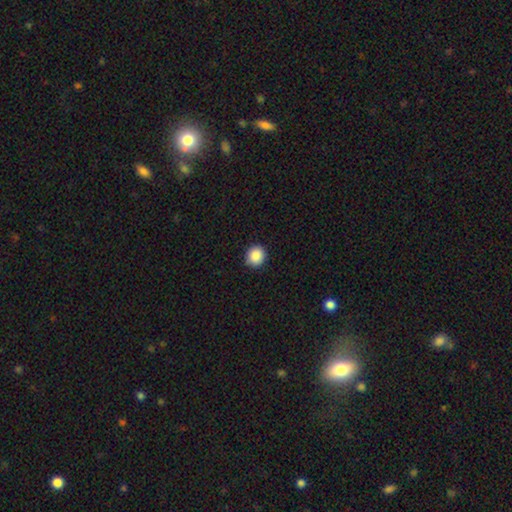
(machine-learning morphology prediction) Overall: smooth (89%). How rounded: round (86%). Merging: none (90%).